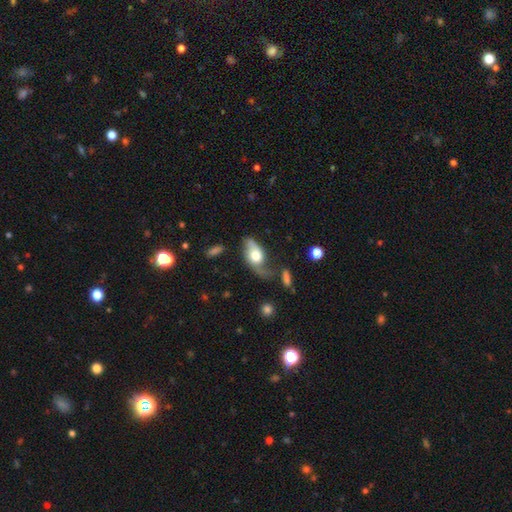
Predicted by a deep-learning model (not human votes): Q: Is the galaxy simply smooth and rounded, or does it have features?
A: featured or disk — 57%.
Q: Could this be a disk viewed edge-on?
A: no — 88%.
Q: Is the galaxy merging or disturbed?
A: none — 38%.